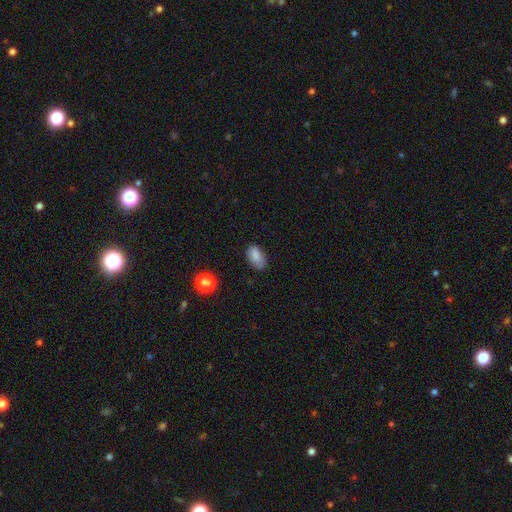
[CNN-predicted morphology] smooth-or-featured: smooth: 82% | star or artifact: 10% | featured or disk: 8%
  how-rounded: in between: 91% | round: 7% | cigar-shaped: 2%
  merging: none: 70% | minor disturbance: 23% | major disturbance: 5% | merger: 2%